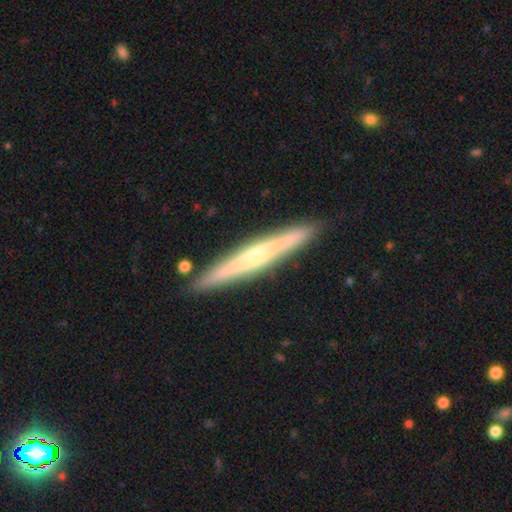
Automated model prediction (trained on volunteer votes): A featured or disk galaxy (62%) viewed edge-on (96%) with a rounded central bulge (53%).

Vote fractions:
- Smooth or featured? featured or disk: 62% / smooth: 32% / star or artifact: 6%
- Edge-on disk? yes: 96% / no: 4%
- Edge-on bulge? rounded: 53% / none: 39% / boxy: 8%
- Merging? none: 90% / minor disturbance: 7% / merger: 2% / major disturbance: 1%